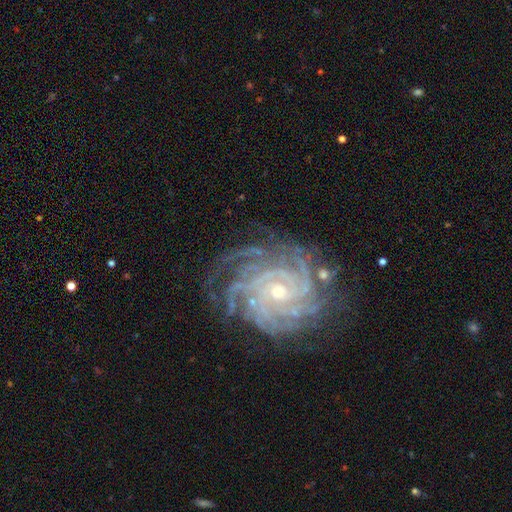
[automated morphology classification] Smooth or featured: featured or disk — 89% (star or artifact — 7%)
Edge-on disk: no — 98% (yes — 2%)
Bar: no — 61% (weak — 28%)
Spiral arms: yes — 98% (no — 2%)
Spiral winding: tight — 81% (medium — 16%)
Spiral arm count: more than 4 — 32% (4 — 21%)
Bulge size: small — 63% (moderate — 33%)
Merging: none — 77% (minor disturbance — 15%)